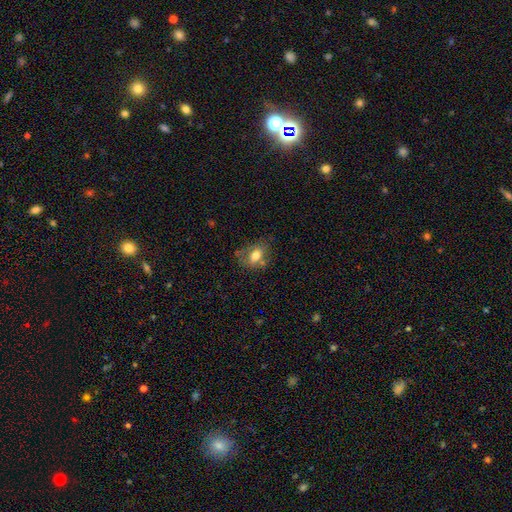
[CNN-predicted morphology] Overall: smooth (71%). How rounded: in between (72%). Merging: none (54%; minor disturbance 26%).